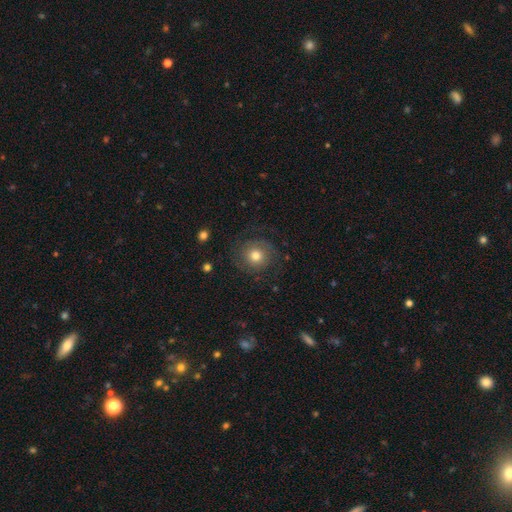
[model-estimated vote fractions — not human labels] Smooth or featured? Predicted: smooth (p=0.45). Merging? Predicted: none (p=0.77).